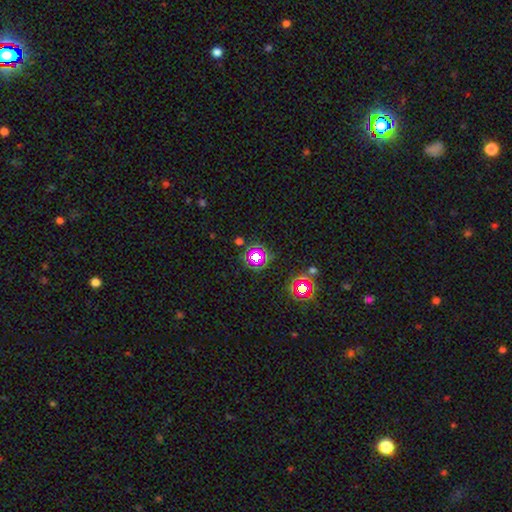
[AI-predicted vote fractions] Smooth or featured: star or artifact — 63% (smooth — 25%)